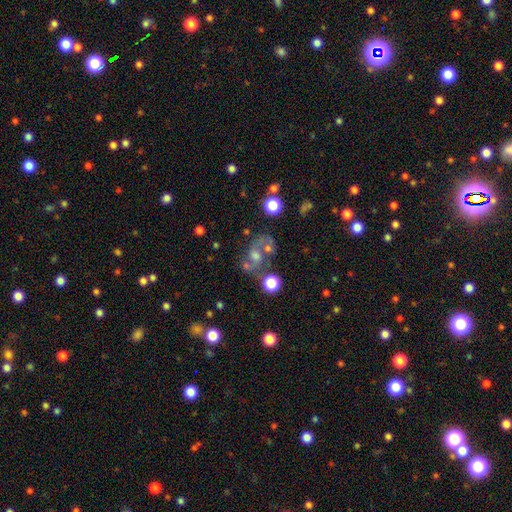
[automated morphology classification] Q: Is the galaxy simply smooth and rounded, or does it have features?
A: featured or disk — 45%.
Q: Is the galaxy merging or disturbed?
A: none — 48%.